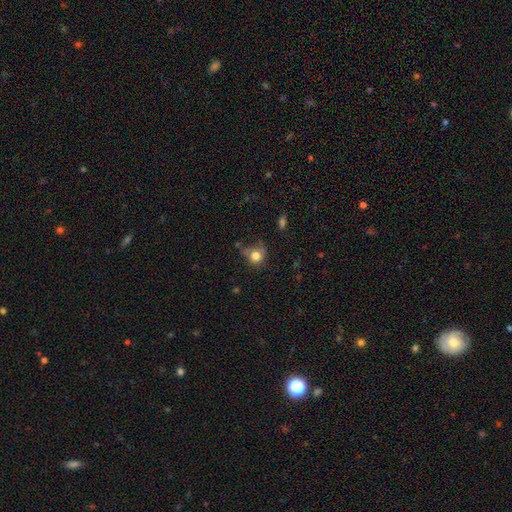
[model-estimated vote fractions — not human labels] A smooth galaxy with no disk features (80%) that is round (81%). Merging: none (52%).